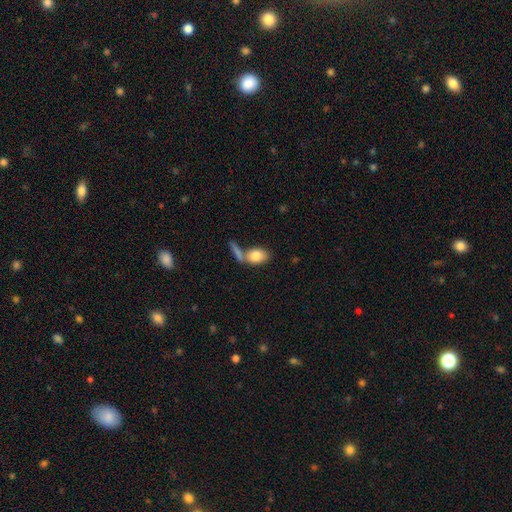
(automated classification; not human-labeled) Smooth or featured? smooth (79%)
How rounded? in between (82%)
Merging? none (43%)